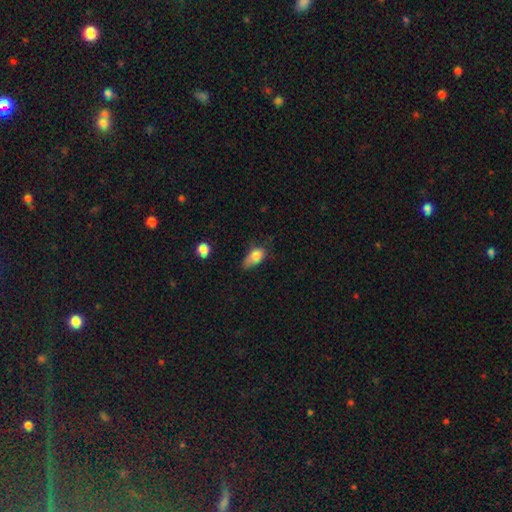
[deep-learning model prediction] This appears to be a smooth galaxy with no disk features (79%) that is in between round and cigar-shaped (81%). Merging: minor disturbance (44%).